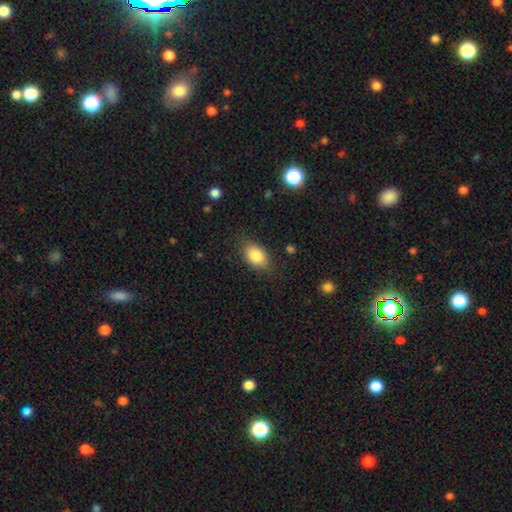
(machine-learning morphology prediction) Smooth or featured? smooth (85%)
How rounded? in between (86%)
Merging? none (80%)